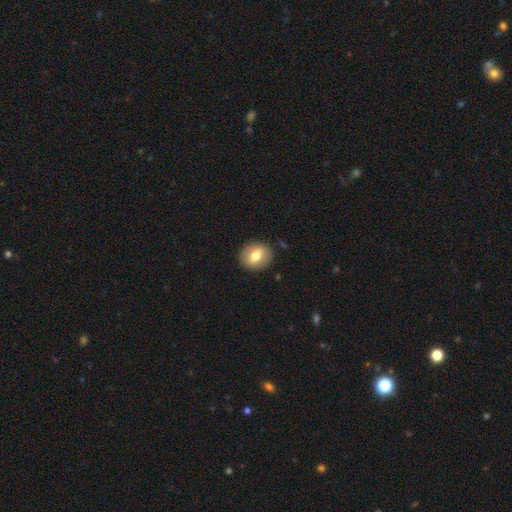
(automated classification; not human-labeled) Q: Smooth or featured?
A: smooth (67%); runner-up: featured or disk (25%)
Q: How rounded?
A: round (59%); runner-up: in between (40%)
Q: Merging?
A: none (87%); runner-up: minor disturbance (9%)